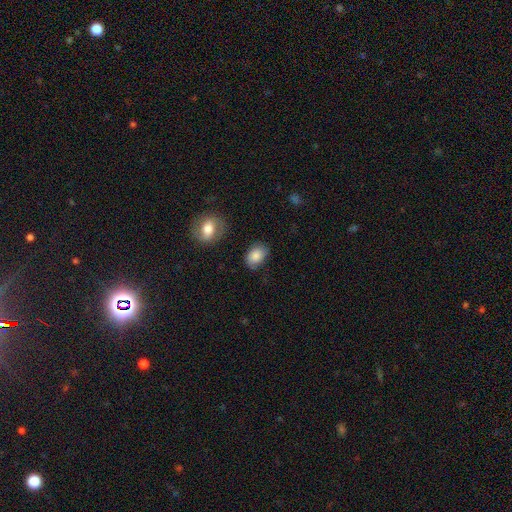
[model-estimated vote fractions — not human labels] smooth-or-featured: smooth: 83% | featured or disk: 10% | star or artifact: 7%
  how-rounded: in between: 78% | round: 21% | cigar-shaped: 1%
  merging: none: 72% | minor disturbance: 20% | major disturbance: 5% | merger: 2%